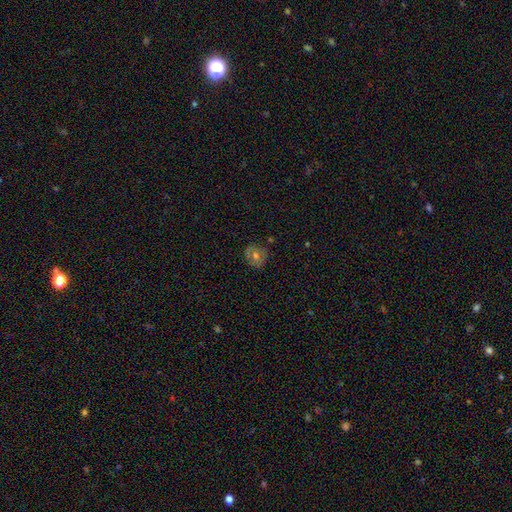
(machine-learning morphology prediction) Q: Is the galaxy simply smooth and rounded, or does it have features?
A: smooth — 52%.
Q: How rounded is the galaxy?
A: round — 85%.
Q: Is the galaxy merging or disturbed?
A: none — 81%.